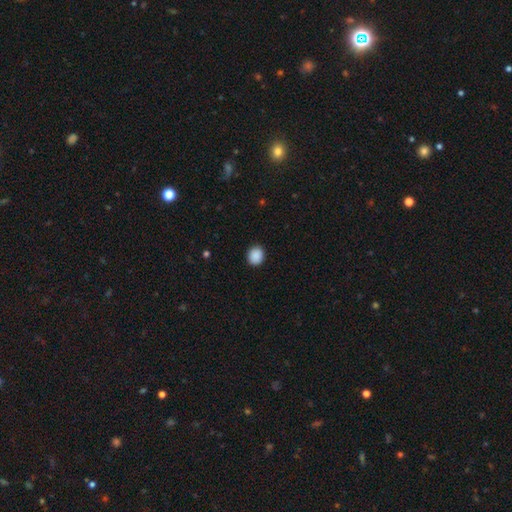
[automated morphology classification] smooth_or_featured: smooth (p=0.89) [alt: star or artifact p=0.08]
how_rounded: round (p=0.72) [alt: in between p=0.27]
merging: none (p=0.90) [alt: minor disturbance p=0.07]